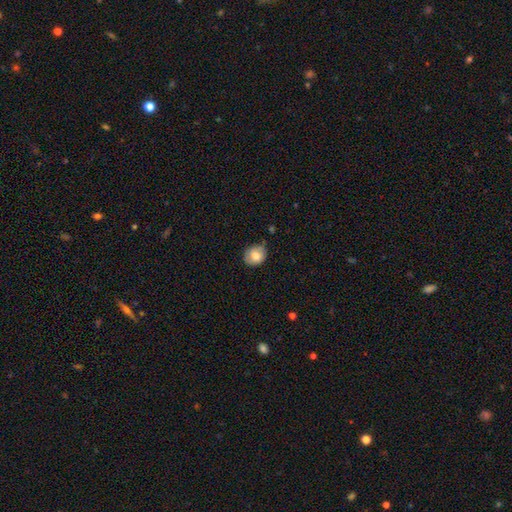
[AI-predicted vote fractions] A smooth galaxy with no disk features (77%) that is round (55%).

Vote fractions:
- Smooth or featured? smooth: 77% / featured or disk: 15% / star or artifact: 8%
- How rounded? round: 55% / in between: 44% / cigar-shaped: 1%
- Merging? none: 64% / minor disturbance: 27% / major disturbance: 6% / merger: 3%